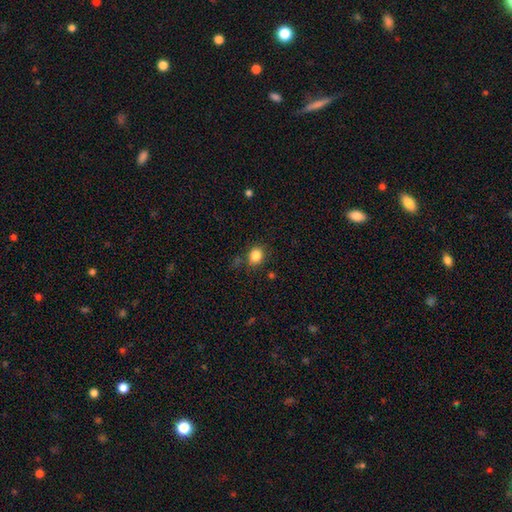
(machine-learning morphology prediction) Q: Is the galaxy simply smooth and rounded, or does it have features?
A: smooth — 84%.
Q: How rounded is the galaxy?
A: round — 60%.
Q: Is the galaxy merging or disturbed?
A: none — 77%.